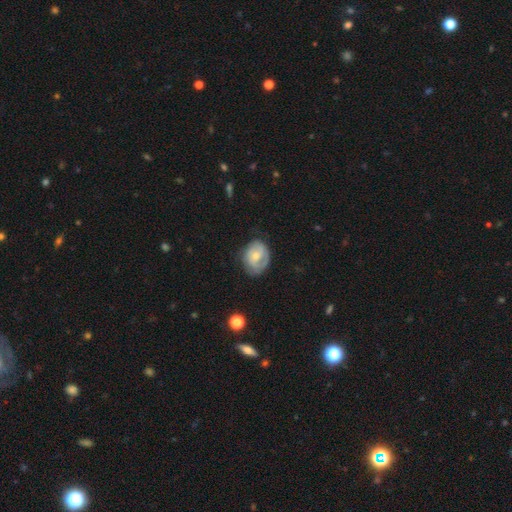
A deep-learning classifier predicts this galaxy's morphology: featured or disk 54%, smooth 40%, star or artifact 7%. Down the decision tree: edge-on disk — no (96%); bar — no (64%); spiral arms — yes (70%); bulge size — small (51%); merging — none (57%).